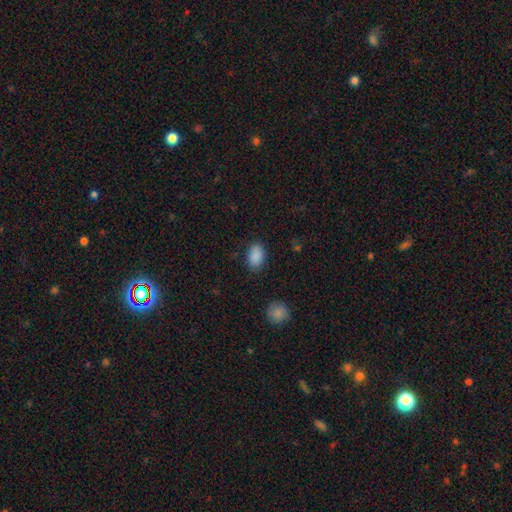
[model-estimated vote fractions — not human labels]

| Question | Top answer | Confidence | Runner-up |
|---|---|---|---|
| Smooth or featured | smooth | 88% | star or artifact (8%) |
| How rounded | in between | 87% | round (12%) |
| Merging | none | 83% | minor disturbance (13%) |